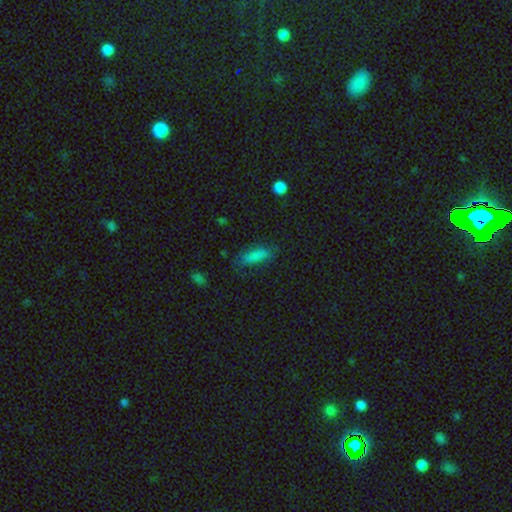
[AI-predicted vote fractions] Smooth or featured: smooth — 81% (star or artifact — 11%)
How rounded: in between — 62% (cigar-shaped — 35%)
Merging: none — 68% (minor disturbance — 22%)